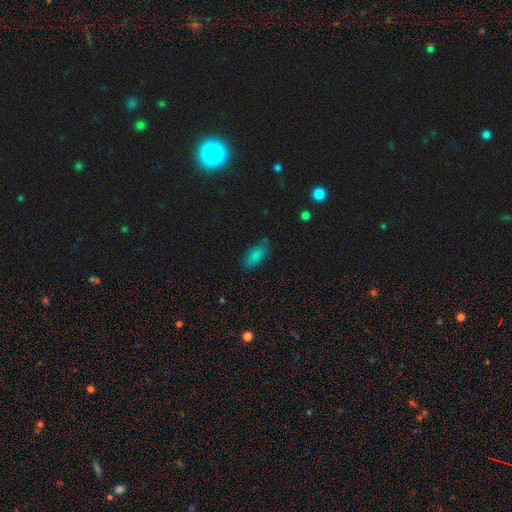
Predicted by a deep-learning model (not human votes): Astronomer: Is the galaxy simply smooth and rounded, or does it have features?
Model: smooth — 83%.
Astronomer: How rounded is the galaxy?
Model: in between — 89%.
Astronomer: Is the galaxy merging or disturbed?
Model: none — 75%.